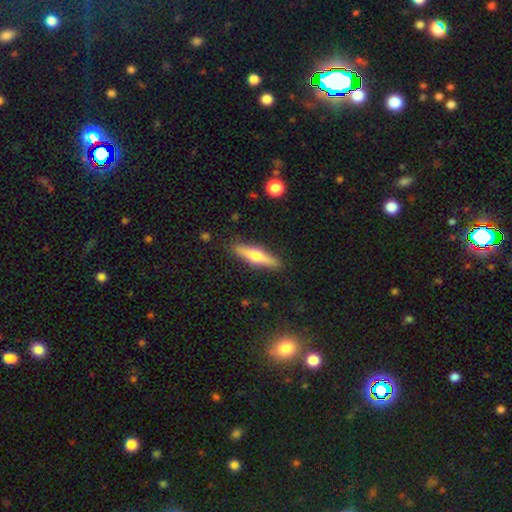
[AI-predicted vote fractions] Smooth or featured?
  - featured or disk: 49% *
  - smooth: 45%
  - star or artifact: 6%
Merging?
  - none: 88% *
  - minor disturbance: 8%
  - major disturbance: 2%
  - merger: 1%